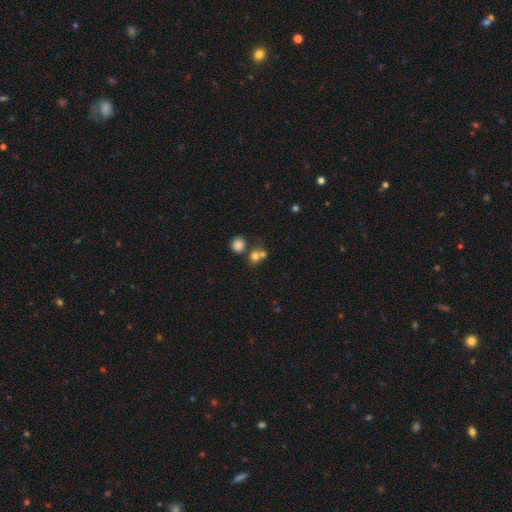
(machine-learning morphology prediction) Overall: smooth (74%). How rounded: round (79%). Merging: none (45%; merger 43%).